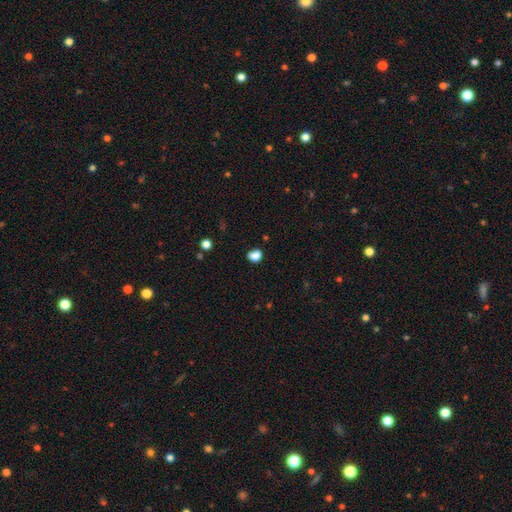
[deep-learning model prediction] Q: Smooth or featured?
A: smooth (84%); runner-up: star or artifact (12%)
Q: How rounded?
A: in between (52%); runner-up: round (47%)
Q: Merging?
A: none (68%); runner-up: minor disturbance (22%)